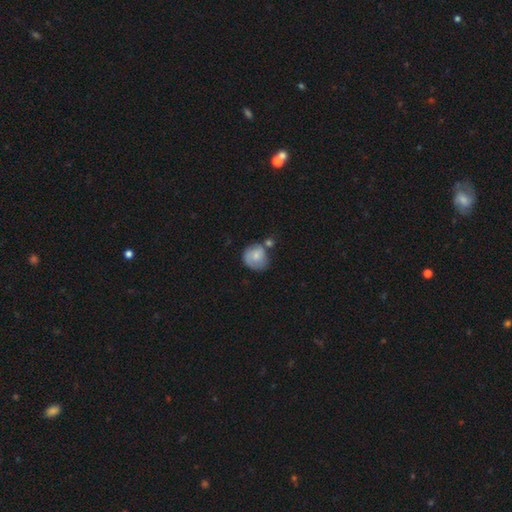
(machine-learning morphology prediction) type=smooth (70%); roundness=round (80%); merging=none (48%).